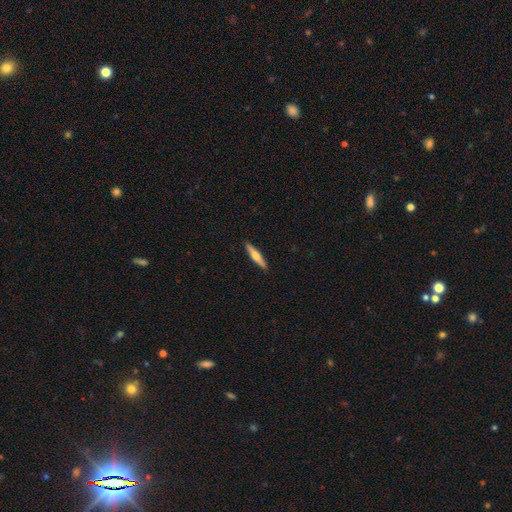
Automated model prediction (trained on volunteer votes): Overall: smooth (48%; featured or disk 46%). Merging: none (91%).